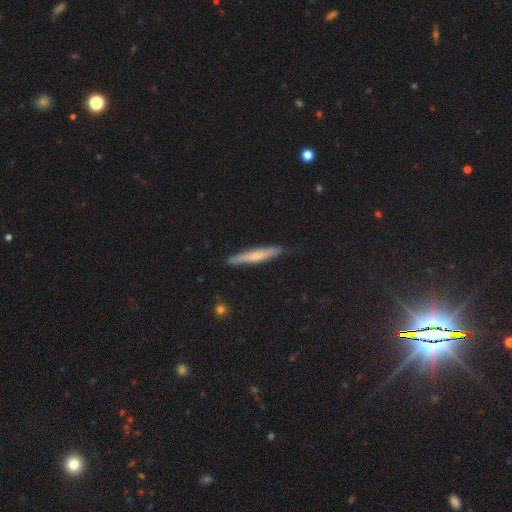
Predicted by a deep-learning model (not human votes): smooth 58%, featured or disk 36%, star or artifact 6%. Down the decision tree: how rounded — cigar-shaped (94%); merging — none (83%).